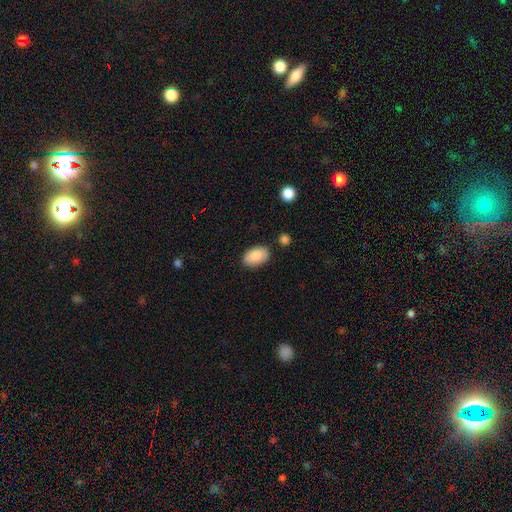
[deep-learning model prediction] Overall: smooth (88%). How rounded: in between (92%). Merging: none (82%).